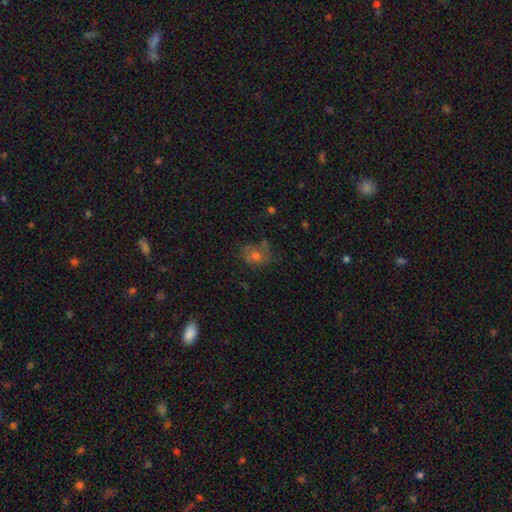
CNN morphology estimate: Q: Smooth or featured?
A: smooth (55%); runner-up: featured or disk (23%)
Q: How rounded?
A: round (52%); runner-up: in between (47%)
Q: Merging?
A: none (60%); runner-up: minor disturbance (23%)